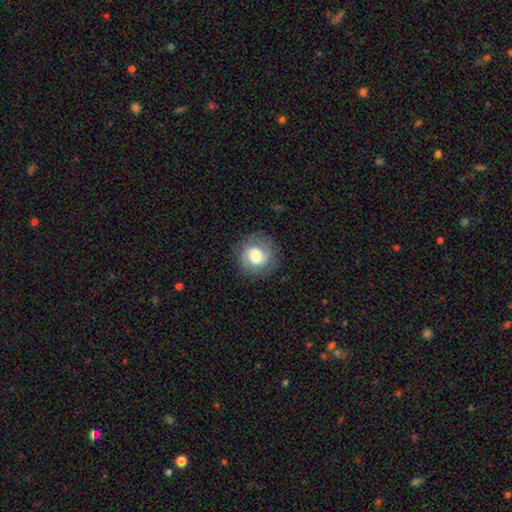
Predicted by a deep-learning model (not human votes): A smooth galaxy with no disk features (53%) that is round (84%).

Vote fractions:
- Smooth or featured? smooth: 53% / featured or disk: 38% / star or artifact: 8%
- How rounded? round: 84% / in between: 15% / cigar-shaped: 1%
- Merging? none: 79% / minor disturbance: 13% / major disturbance: 6% / merger: 1%